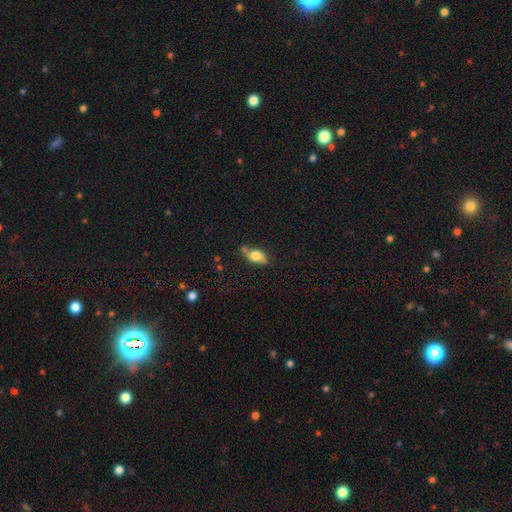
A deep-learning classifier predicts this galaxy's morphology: type=smooth (64%); roundness=in between (74%); merging=none (62%).